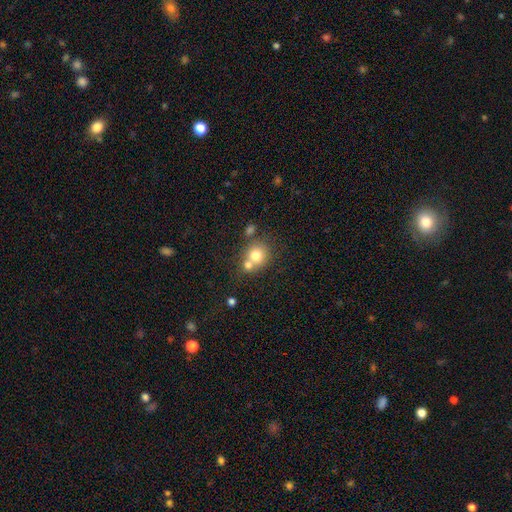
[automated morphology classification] A smooth galaxy with no disk features (75%) that is round (82%).

Vote fractions:
- Smooth or featured? smooth: 75% / featured or disk: 14% / star or artifact: 11%
- How rounded? round: 82% / in between: 17% / cigar-shaped: 1%
- Merging? none: 45% / merger: 44% / minor disturbance: 8% / major disturbance: 3%